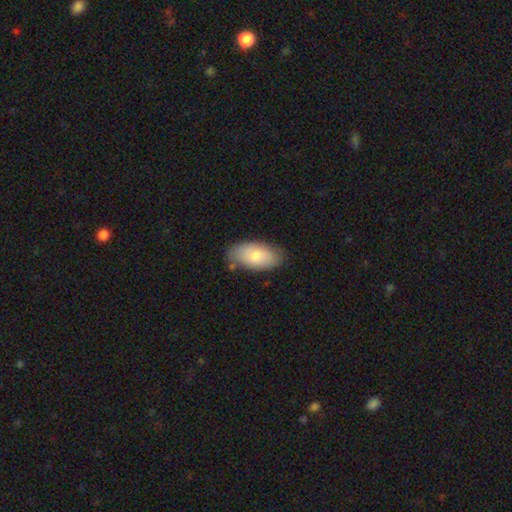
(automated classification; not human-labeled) Morphology: type=smooth (75%); roundness=in between (94%); merging=none (74%).